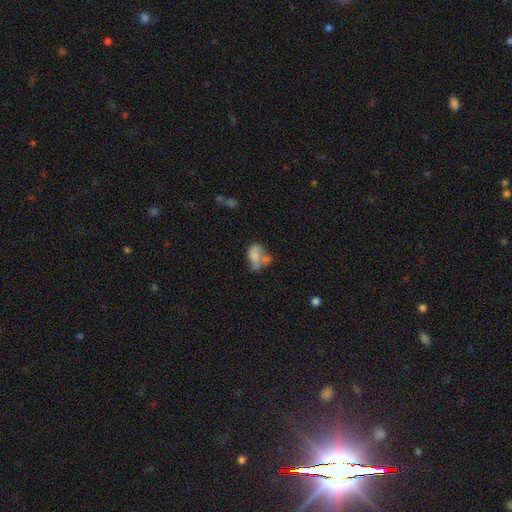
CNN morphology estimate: The model was most divided on "merging": merger: 38%, none: 23%, major disturbance: 21%, minor disturbance: 18%. More confident: how rounded — in between (82%); smooth or featured — smooth (59%).